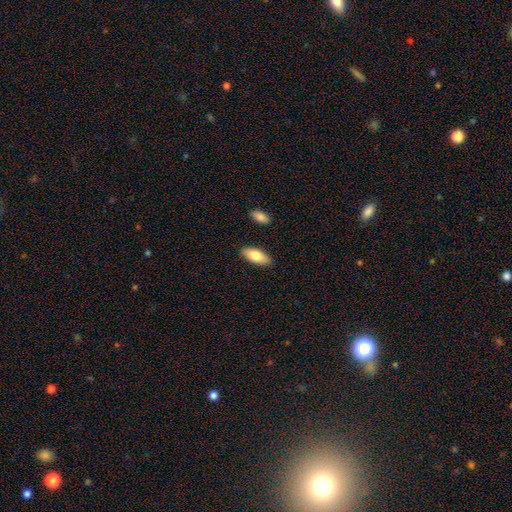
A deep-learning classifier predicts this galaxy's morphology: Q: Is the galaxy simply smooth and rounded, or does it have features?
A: smooth — 81%.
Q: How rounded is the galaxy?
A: in between — 87%.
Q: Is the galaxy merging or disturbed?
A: none — 87%.